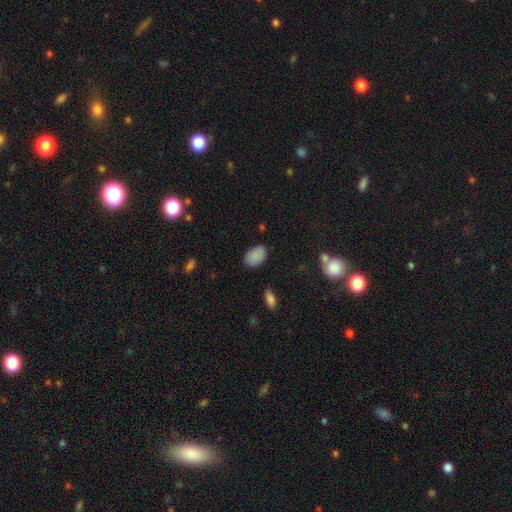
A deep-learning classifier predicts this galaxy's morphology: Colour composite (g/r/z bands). It shows a smooth galaxy with no disk features (87%) that is in between round and cigar-shaped (90%). Merging: none (83%).